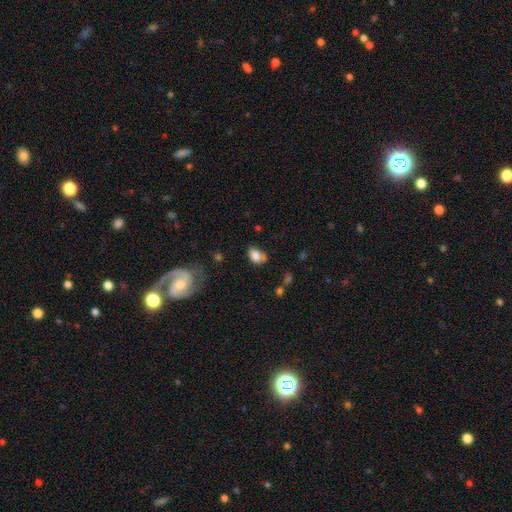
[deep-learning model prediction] Smooth or featured?
  - smooth: 80% *
  - featured or disk: 10%
  - star or artifact: 9%
How rounded?
  - in between: 83% *
  - round: 16%
  - cigar-shaped: 2%
Merging?
  - none: 50% *
  - minor disturbance: 28%
  - merger: 12%
  - major disturbance: 10%